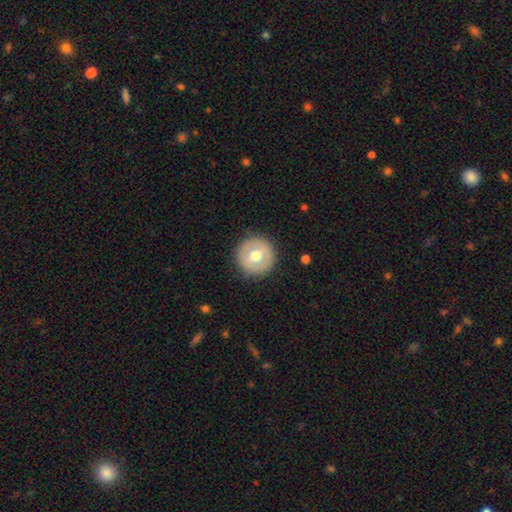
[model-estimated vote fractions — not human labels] Morphology: type=smooth (57%); roundness=round (95%); merging=none (89%).